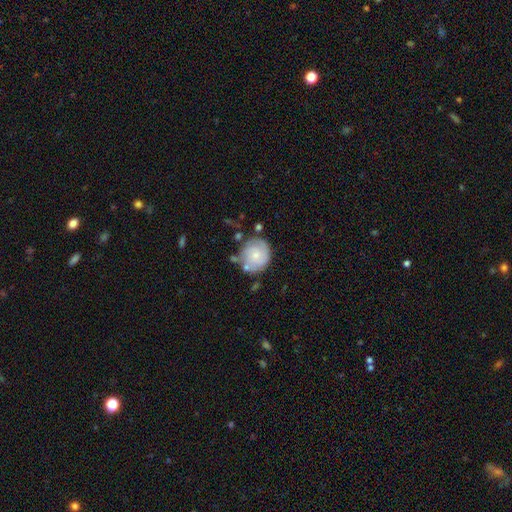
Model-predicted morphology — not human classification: Smooth or featured? Predicted: smooth (p=0.52). How rounded? Predicted: round (p=0.83). Merging? Predicted: none (p=0.64).